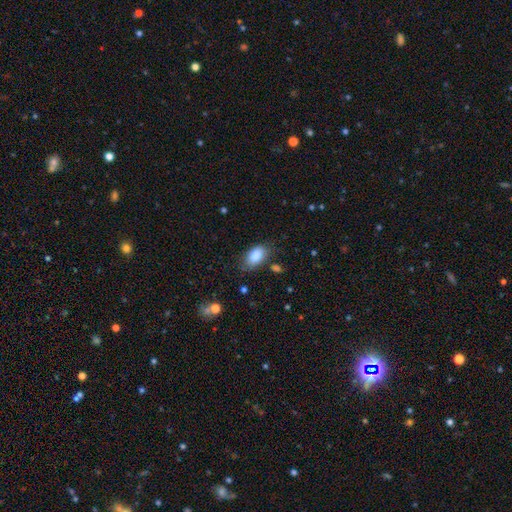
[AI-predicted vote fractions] Smooth or featured? Predicted: smooth (p=0.87). How rounded? Predicted: in between (p=0.92). Merging? Predicted: none (p=0.74).